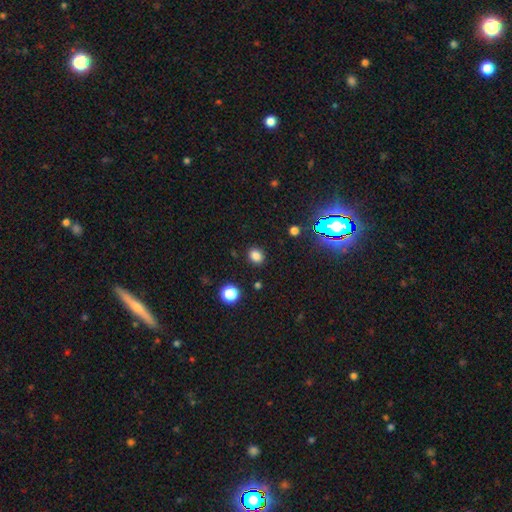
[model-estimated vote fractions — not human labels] smooth 81%, star or artifact 15%, featured or disk 4%. Down the decision tree: how rounded — round (54%); merging — none (87%).